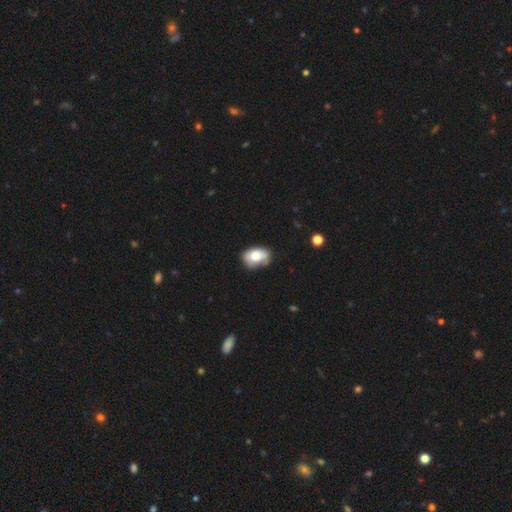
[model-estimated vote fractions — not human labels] This is likely a smooth galaxy (72%). How rounded: clearly in between (84%). Merging: possibly none (48%).